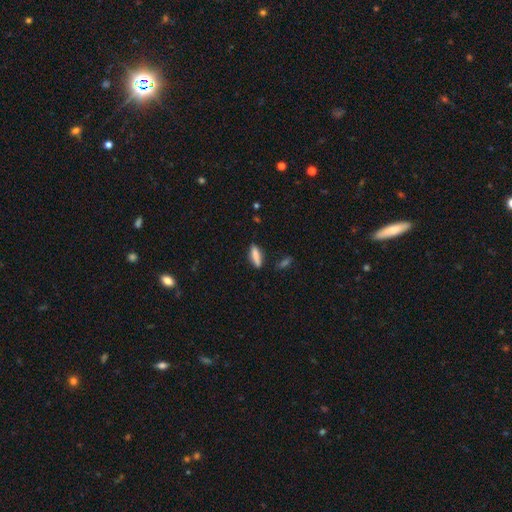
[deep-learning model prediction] smooth 83%, featured or disk 10%, star or artifact 7%. Down the decision tree: how rounded — cigar-shaped (54%); merging — none (77%).